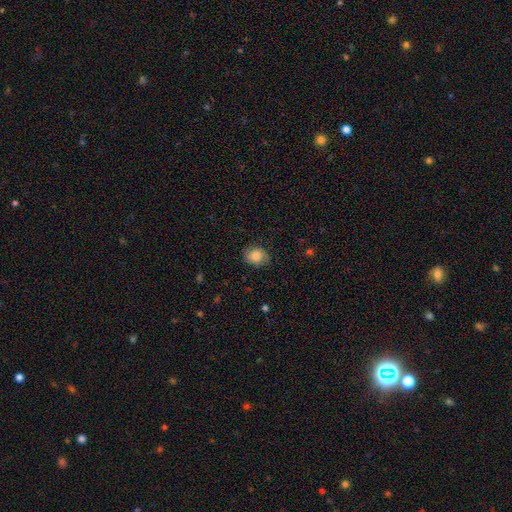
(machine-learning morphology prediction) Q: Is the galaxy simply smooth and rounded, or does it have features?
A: smooth — 78%.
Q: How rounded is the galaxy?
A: round — 51%.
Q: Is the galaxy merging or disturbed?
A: none — 74%.